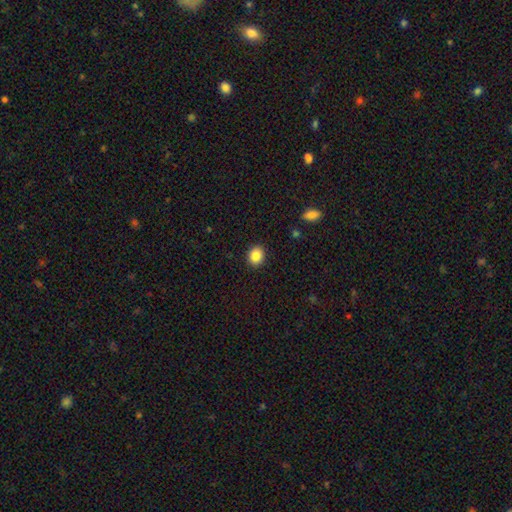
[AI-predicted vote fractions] Morphology: type=smooth (86%); roundness=round (66%); merging=none (91%).